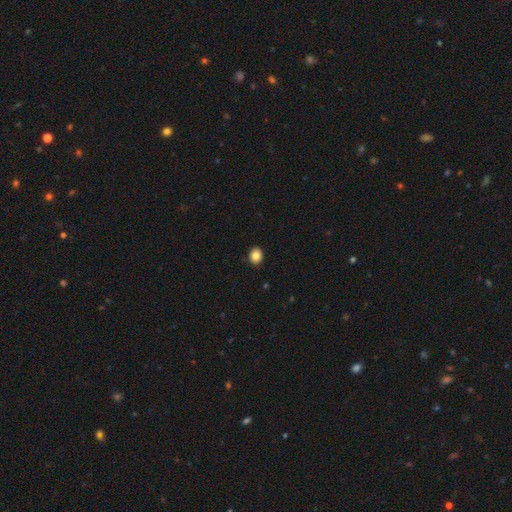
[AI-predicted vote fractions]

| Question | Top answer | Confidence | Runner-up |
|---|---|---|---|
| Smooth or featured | smooth | 86% | star or artifact (9%) |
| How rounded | in between | 52% | round (47%) |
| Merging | none | 90% | minor disturbance (7%) |